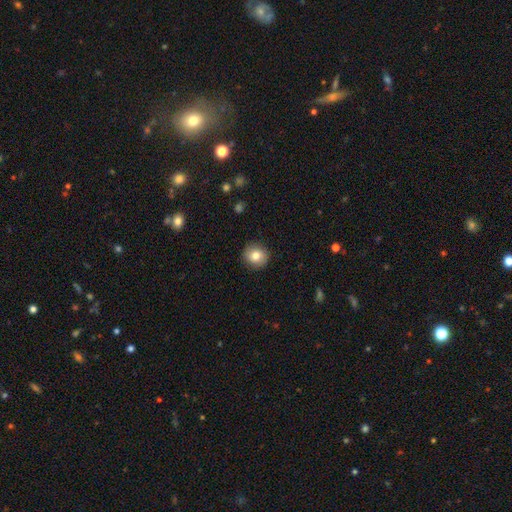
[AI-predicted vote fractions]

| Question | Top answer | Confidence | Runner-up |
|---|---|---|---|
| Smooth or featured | smooth | 80% | featured or disk (11%) |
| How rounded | round | 86% | in between (13%) |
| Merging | none | 90% | minor disturbance (7%) |